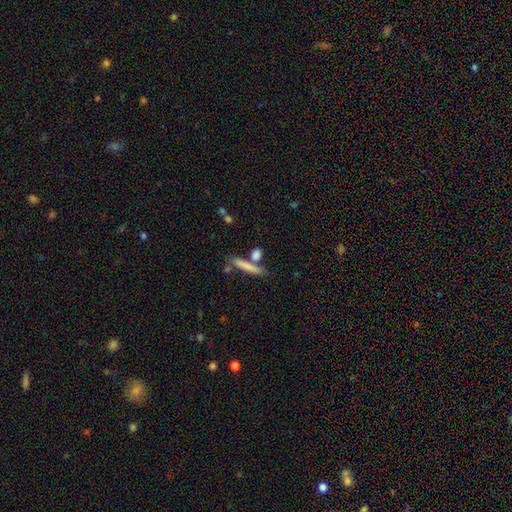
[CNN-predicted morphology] A smooth galaxy with no disk features (80%) that is cigar-shaped (59%). Merging: none (69%).